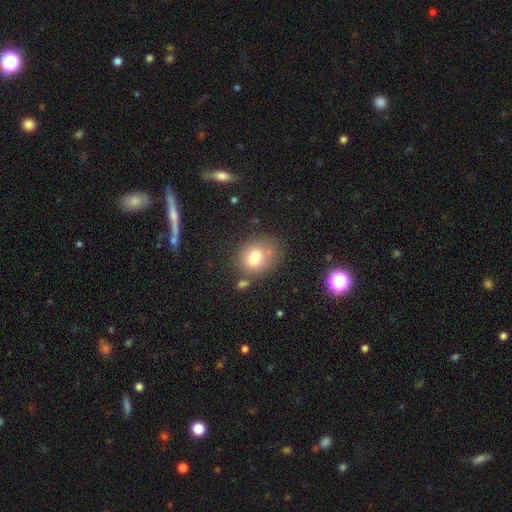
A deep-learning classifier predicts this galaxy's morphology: Smooth or featured? smooth (75%)
How rounded? in between (52%)
Merging? none (54%)